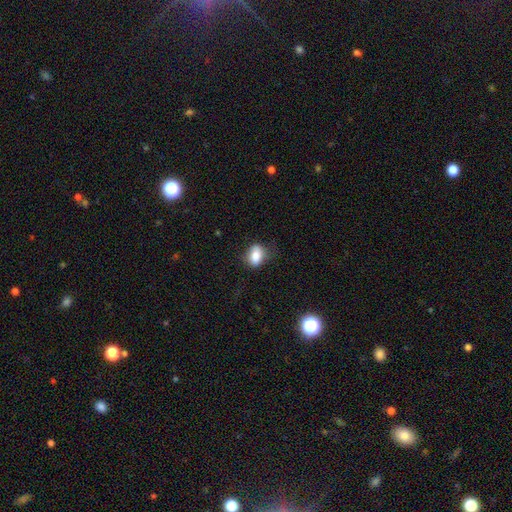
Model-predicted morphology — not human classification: type=smooth (82%); roundness=in between (73%); merging=none (67%).